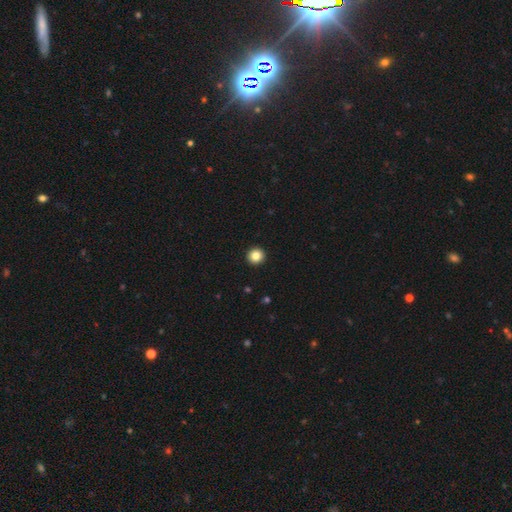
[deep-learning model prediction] A smooth galaxy with no disk features (85%) that is round (95%).

Vote fractions:
- Smooth or featured? smooth: 85% / star or artifact: 10% / featured or disk: 5%
- How rounded? round: 95% / in between: 4% / cigar-shaped: 1%
- Merging? none: 94% / minor disturbance: 4% / major disturbance: 1% / merger: 1%